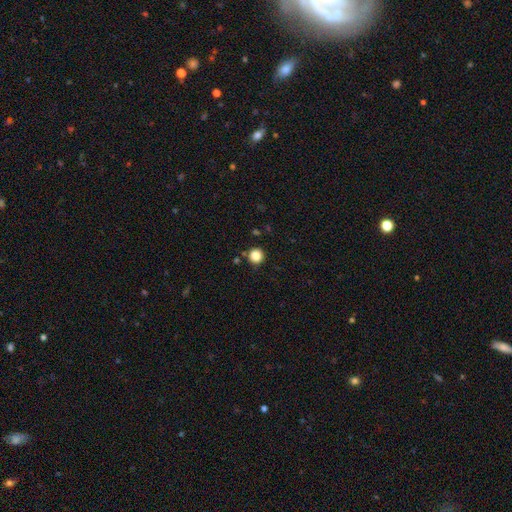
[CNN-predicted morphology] A smooth galaxy with no disk features (85%) that is round (95%).

Vote fractions:
- Smooth or featured? smooth: 85% / star or artifact: 11% / featured or disk: 3%
- How rounded? round: 95% / in between: 4% / cigar-shaped: 1%
- Merging? none: 89% / minor disturbance: 6% / merger: 3% / major disturbance: 2%